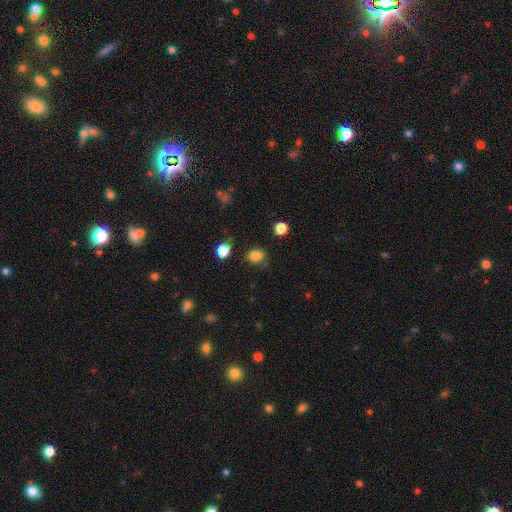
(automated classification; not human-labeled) The model was most divided on "how rounded": round: 54%, in between: 45%, cigar-shaped: 1%. More confident: smooth or featured — smooth (82%); merging — none (79%).